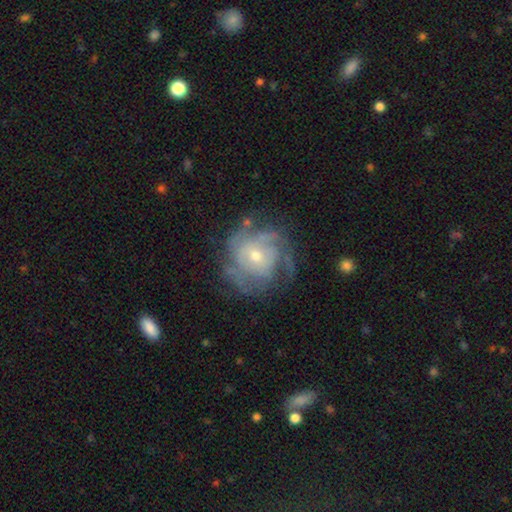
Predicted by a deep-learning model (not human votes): Smooth or featured?
  - featured or disk: 73% *
  - smooth: 19%
  - star or artifact: 8%
Edge-on disk?
  - no: 97% *
  - yes: 3%
Bar?
  - no: 78% *
  - weak: 18%
  - strong: 3%
Spiral arms?
  - yes: 76% *
  - no: 24%
Spiral winding?
  - tight: 54% *
  - medium: 31%
  - loose: 15%
Spiral arm count?
  - can't tell: 47% *
  - 3: 16%
  - 2: 15%
  - 4: 10%
  - 1: 6%
  - more than 4: 5%
Bulge size?
  - small: 52% *
  - moderate: 43%
  - large: 2%
  - none: 1%
  - dominant: 1%
Merging?
  - none: 55% *
  - minor disturbance: 23%
  - major disturbance: 20%
  - merger: 2%